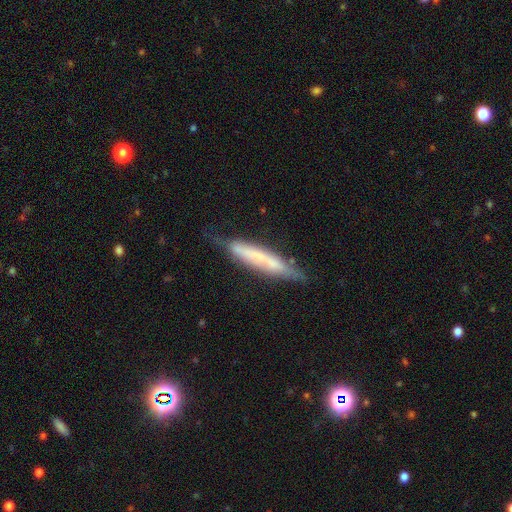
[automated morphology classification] Smooth or featured? featured or disk (49%)
Merging? none (56%)